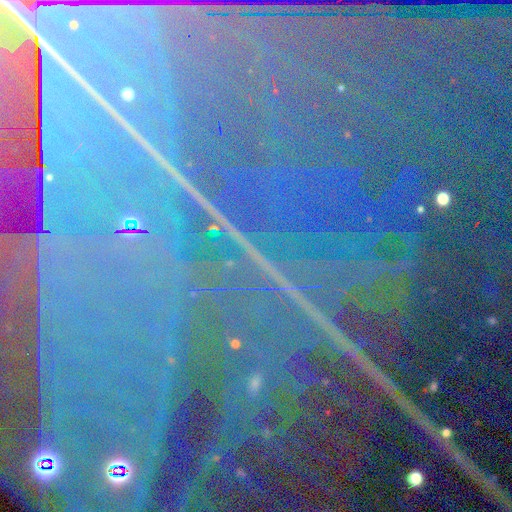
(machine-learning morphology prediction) smooth_or_featured: star or artifact (p=0.90) [alt: featured or disk p=0.06]